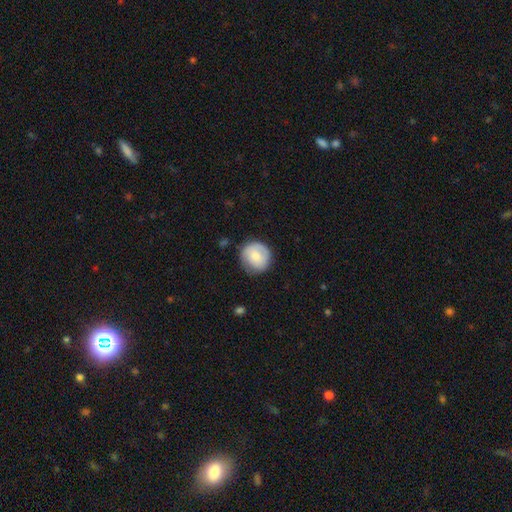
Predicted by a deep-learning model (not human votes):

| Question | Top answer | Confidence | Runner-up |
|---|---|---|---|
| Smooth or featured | smooth | 67% | featured or disk (26%) |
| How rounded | round | 91% | in between (8%) |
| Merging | none | 73% | minor disturbance (20%) |